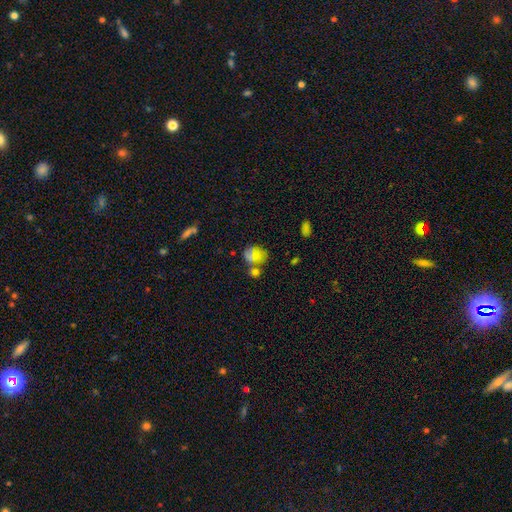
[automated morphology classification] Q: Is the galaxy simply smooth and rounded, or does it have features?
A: smooth — 69%.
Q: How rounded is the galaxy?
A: in between — 54%.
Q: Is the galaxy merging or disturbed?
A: none — 41%.